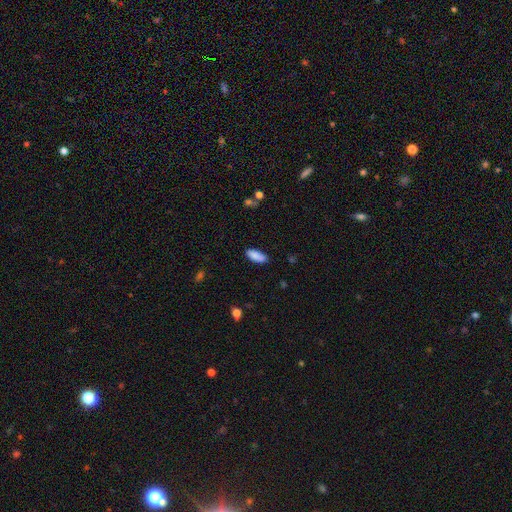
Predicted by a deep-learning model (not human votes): smooth_or_featured: smooth (p=0.88) [alt: star or artifact p=0.07]
how_rounded: in between (p=0.79) [alt: cigar-shaped p=0.20]
merging: none (p=0.82) [alt: minor disturbance p=0.13]